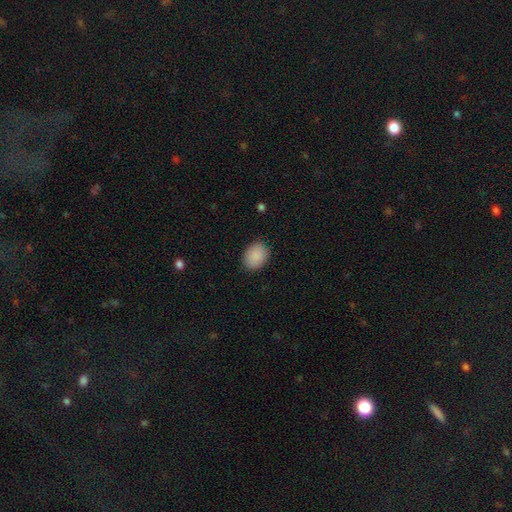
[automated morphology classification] Smooth or featured? Predicted: smooth (p=0.89). How rounded? Predicted: in between (p=0.56). Merging? Predicted: none (p=0.86).